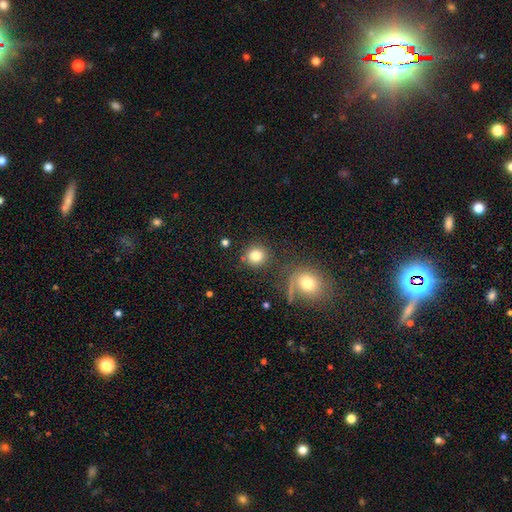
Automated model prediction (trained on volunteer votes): smooth-or-featured: smooth: 81% | star or artifact: 12% | featured or disk: 7%
  how-rounded: round: 90% | in between: 9% | cigar-shaped: 1%
  merging: none: 81% | minor disturbance: 8% | merger: 7% | major disturbance: 4%